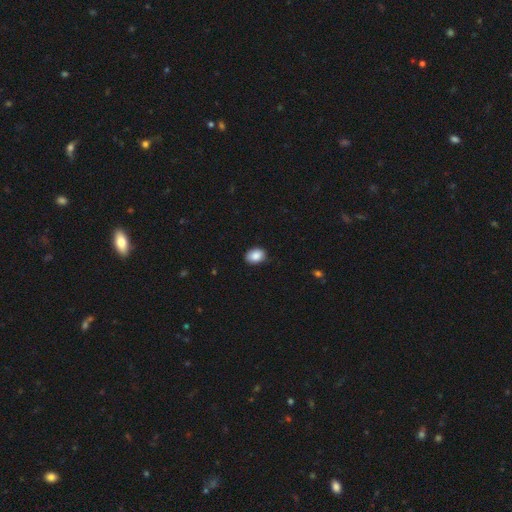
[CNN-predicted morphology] A smooth galaxy with no disk features (88%) that is in between round and cigar-shaped (74%). Merging: none (84%).